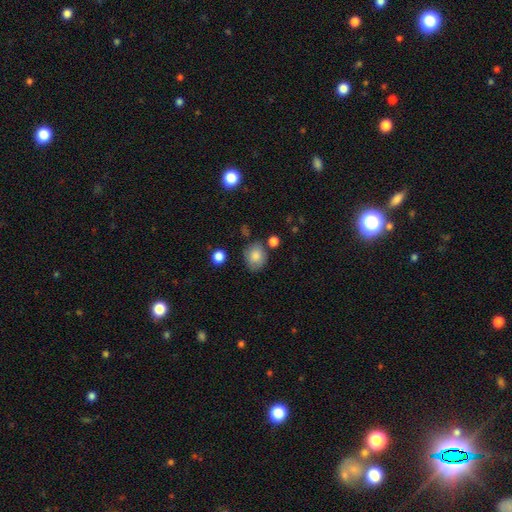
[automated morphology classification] Smooth or featured? Predicted: smooth (p=0.82). How rounded? Predicted: round (p=0.50). Merging? Predicted: none (p=0.70).